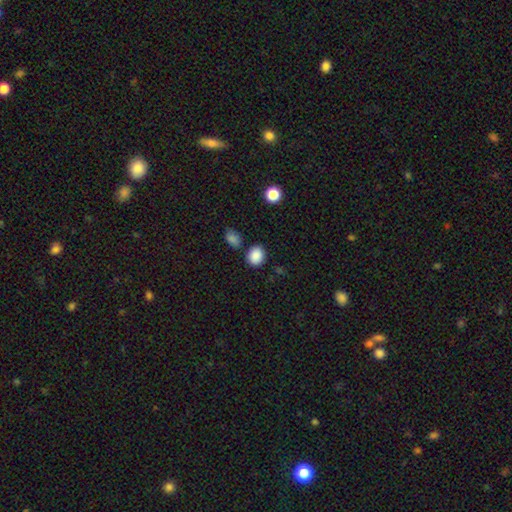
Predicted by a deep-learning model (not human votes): Q: Smooth or featured?
A: smooth (87%); runner-up: star or artifact (9%)
Q: How rounded?
A: round (57%); runner-up: in between (42%)
Q: Merging?
A: none (80%); runner-up: minor disturbance (11%)